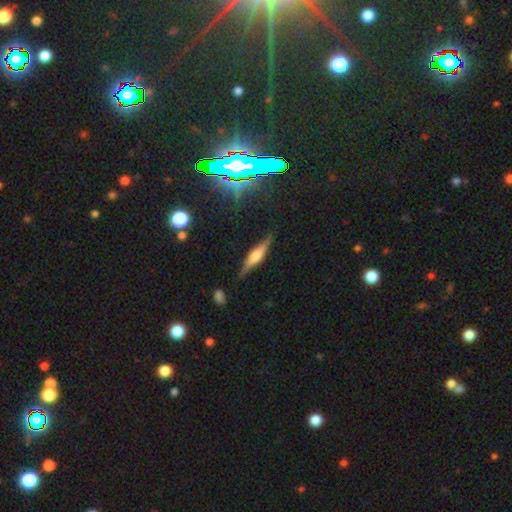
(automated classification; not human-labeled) Smooth or featured? Predicted: featured or disk (p=0.65). Edge-on disk? Predicted: yes (p=0.95). Edge-on bulge? Predicted: rounded (p=0.69). Merging? Predicted: none (p=0.84).